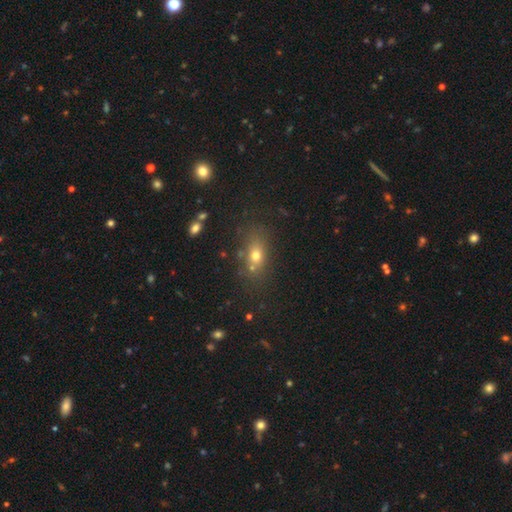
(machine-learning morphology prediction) smooth 64%, star or artifact 21%, featured or disk 15%. Down the decision tree: how rounded — in between (62%); merging — none (68%).